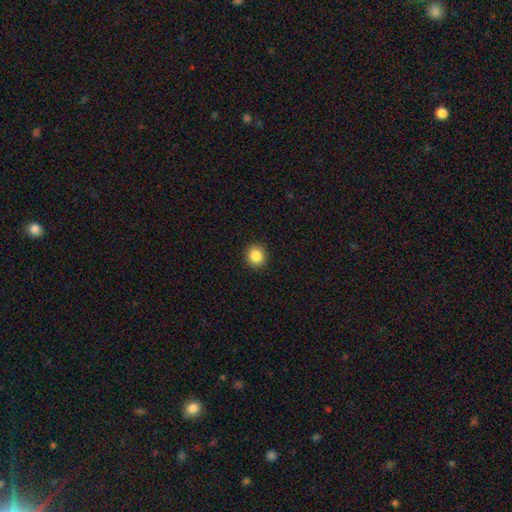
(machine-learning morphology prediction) smooth-or-featured: smooth: 86% | star or artifact: 10% | featured or disk: 4%
  how-rounded: round: 89% | in between: 10% | cigar-shaped: 1%
  merging: none: 92% | minor disturbance: 5% | major disturbance: 2% | merger: 1%